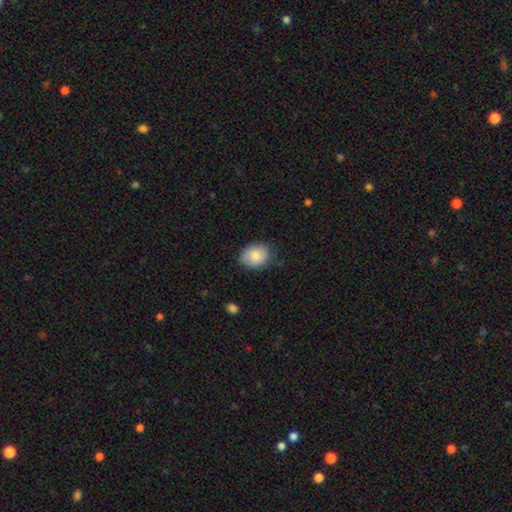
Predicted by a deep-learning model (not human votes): The model was most divided on "how rounded": in between: 55%, round: 44%, cigar-shaped: 1%. More confident: smooth or featured — smooth (82%); merging — none (75%).